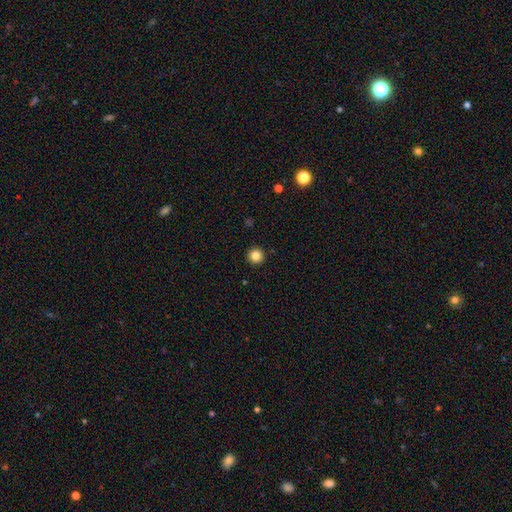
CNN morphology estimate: A smooth galaxy with no disk features (84%) that is round (96%). Merging: none (94%).